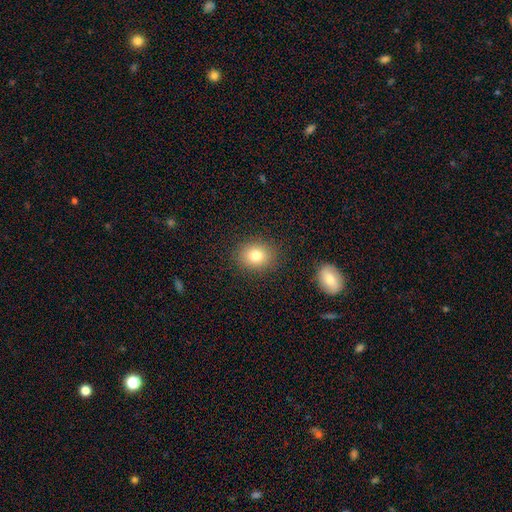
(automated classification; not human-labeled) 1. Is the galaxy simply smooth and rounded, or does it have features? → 80% smooth, 11% star or artifact, 9% featured or disk.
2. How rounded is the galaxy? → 62% round, 37% in between, 1% cigar-shaped.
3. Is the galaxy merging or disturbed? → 87% none, 8% minor disturbance, 3% major disturbance, 2% merger.